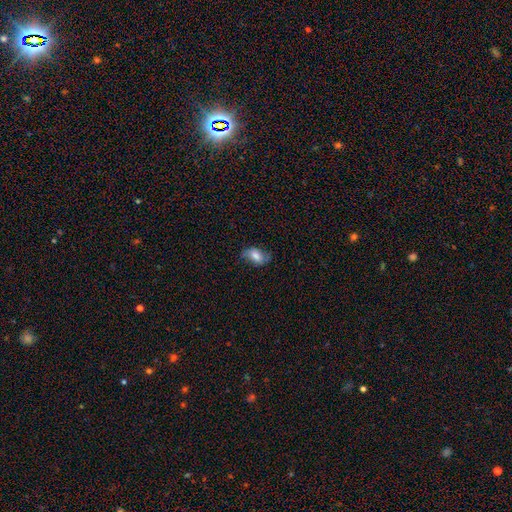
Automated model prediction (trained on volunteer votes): Smooth or featured? smooth (59%)
How rounded? in between (88%)
Merging? none (67%)